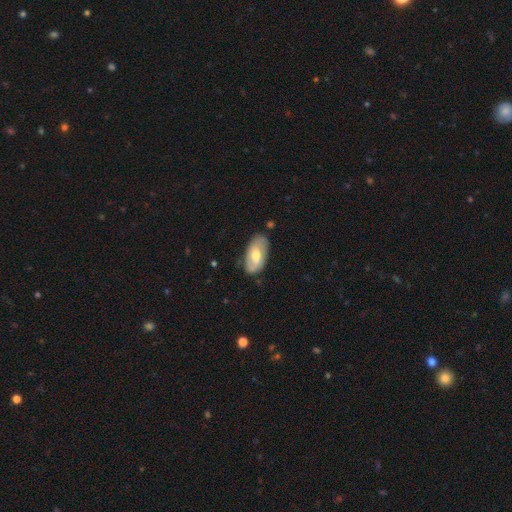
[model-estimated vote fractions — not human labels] featured or disk 48%, smooth 46%, star or artifact 6%. Down the decision tree: merging — none (73%).